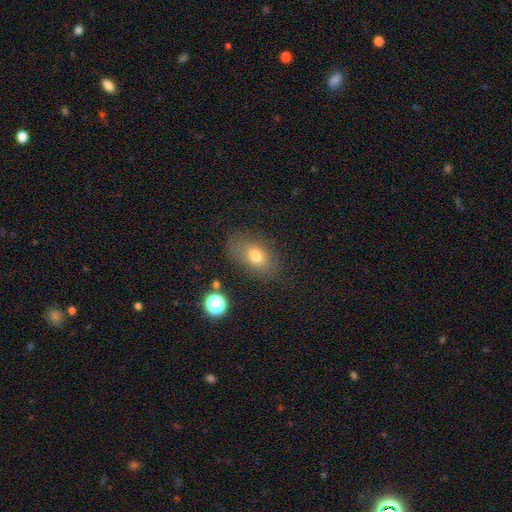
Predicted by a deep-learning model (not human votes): smooth-or-featured: smooth: 72% | featured or disk: 15% | star or artifact: 13%
  how-rounded: in between: 80% | round: 17% | cigar-shaped: 3%
  merging: none: 74% | minor disturbance: 17% | major disturbance: 7% | merger: 2%